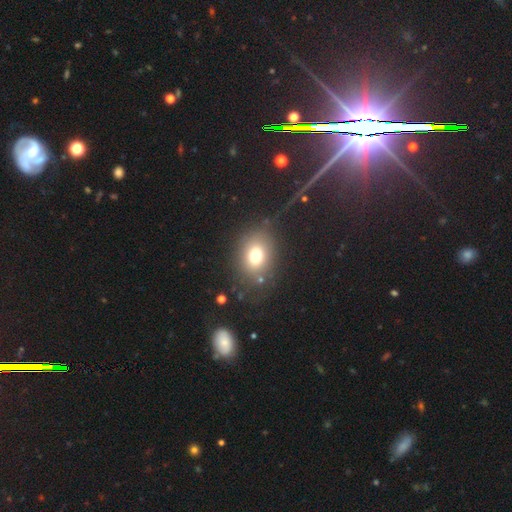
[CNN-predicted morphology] This appears to be a smooth galaxy with no disk features (73%) that is in between round and cigar-shaped (53%). Merging: none (79%).